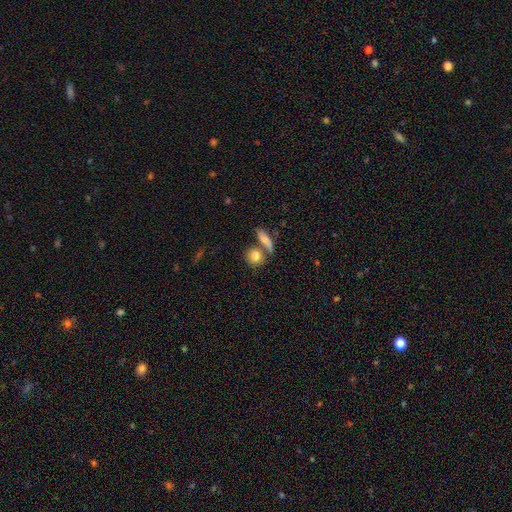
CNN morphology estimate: The model was most divided on "merging": none: 58%, merger: 27%, minor disturbance: 11%, major disturbance: 4%. More confident: smooth or featured — smooth (81%); how rounded — round (66%).